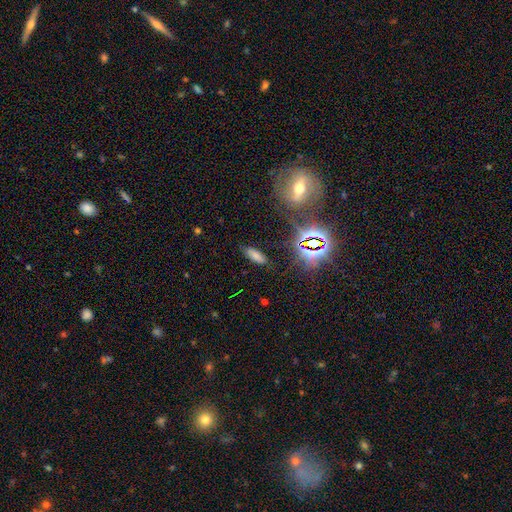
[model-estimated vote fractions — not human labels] Smooth or featured: smooth — 66% (star or artifact — 24%)
How rounded: in between — 66% (cigar-shaped — 31%)
Merging: none — 83% (minor disturbance — 11%)